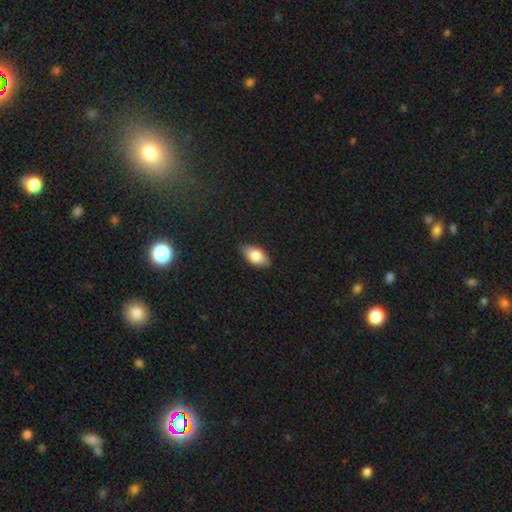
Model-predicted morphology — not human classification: The model was most divided on "smooth or featured": smooth: 77%, featured or disk: 16%, star or artifact: 7%. More confident: how rounded — in between (90%); merging — none (82%).